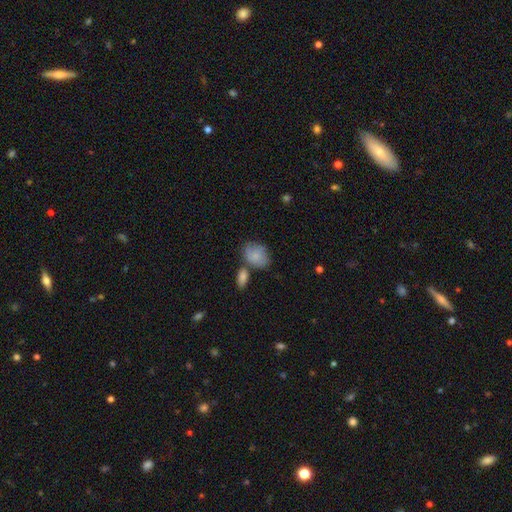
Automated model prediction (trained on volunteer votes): Smooth or featured: smooth — 76% (featured or disk — 18%)
How rounded: in between — 76% (round — 23%)
Merging: none — 48% (merger — 22%)